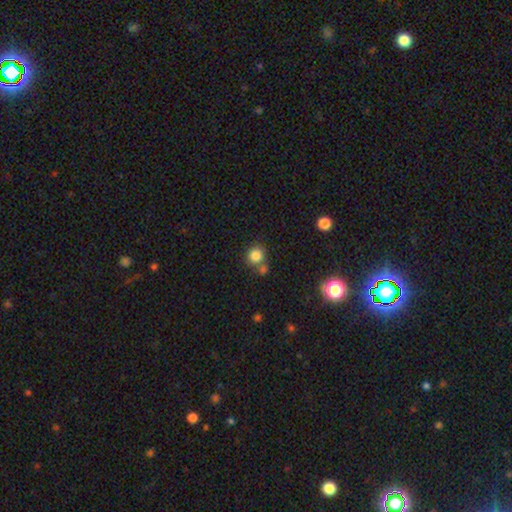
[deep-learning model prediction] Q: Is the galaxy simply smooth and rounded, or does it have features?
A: smooth — 83%.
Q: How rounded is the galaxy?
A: round — 88%.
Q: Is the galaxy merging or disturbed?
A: none — 61%.